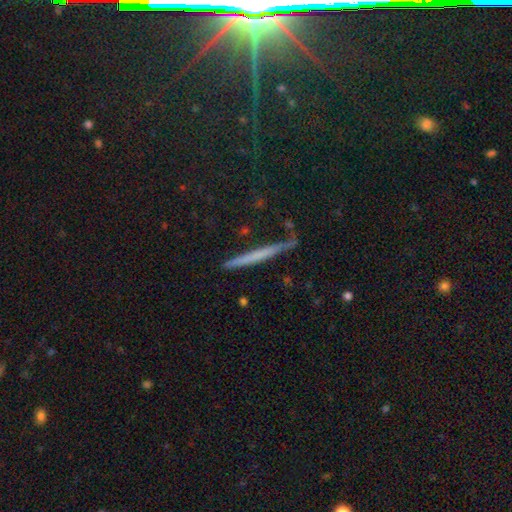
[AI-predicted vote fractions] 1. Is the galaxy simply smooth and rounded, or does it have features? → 45% featured or disk, 44% smooth, 11% star or artifact.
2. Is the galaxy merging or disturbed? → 83% none, 12% minor disturbance, 2% major disturbance, 2% merger.